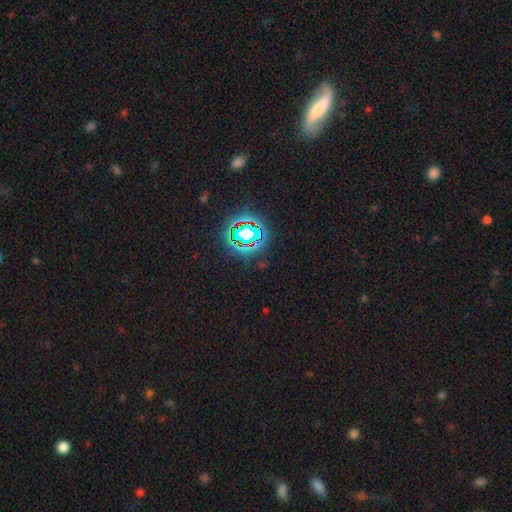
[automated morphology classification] Smooth or featured: star or artifact — 67% (smooth — 22%)